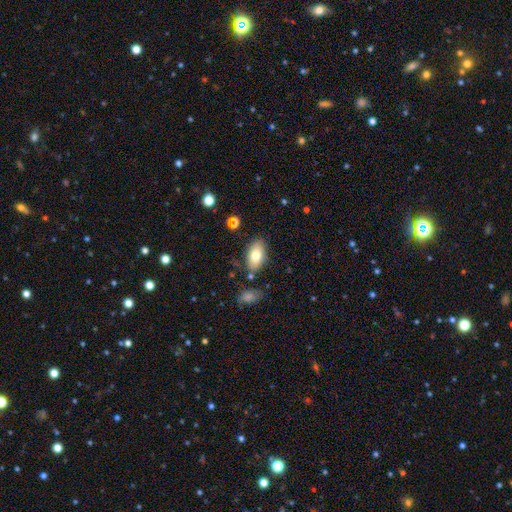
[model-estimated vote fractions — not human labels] A smooth galaxy with no disk features (78%) that is in between round and cigar-shaped (92%). Merging: none (79%).